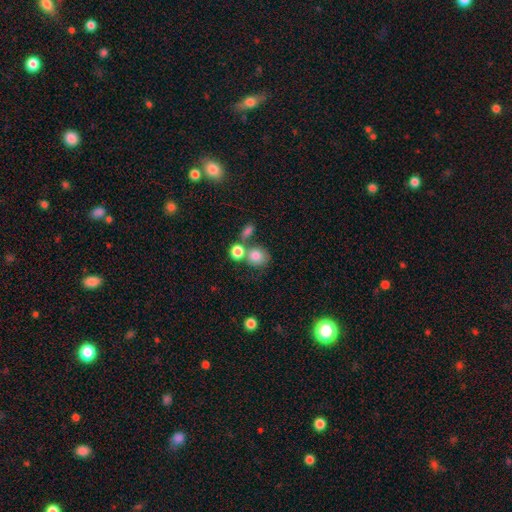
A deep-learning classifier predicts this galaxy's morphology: Smooth or featured? Predicted: smooth (p=0.79). How rounded? Predicted: round (p=0.74). Merging? Predicted: none (p=0.46).